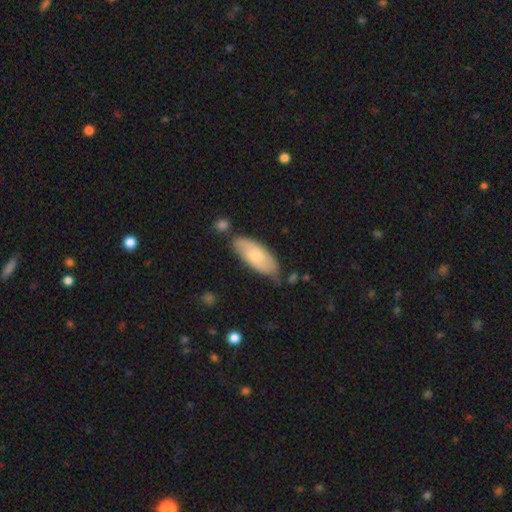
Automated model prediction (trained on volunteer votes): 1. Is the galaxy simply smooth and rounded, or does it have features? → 59% smooth, 35% featured or disk, 5% star or artifact.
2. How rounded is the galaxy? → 82% in between, 16% cigar-shaped, 2% round.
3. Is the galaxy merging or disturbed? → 65% none, 24% minor disturbance, 6% merger, 5% major disturbance.